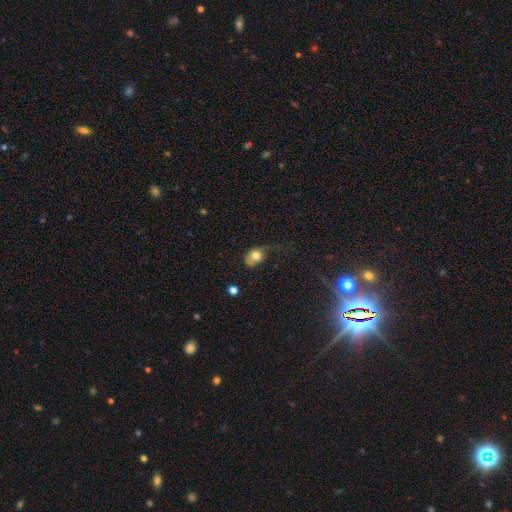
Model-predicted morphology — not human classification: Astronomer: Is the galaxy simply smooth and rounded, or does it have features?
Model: smooth — 74%.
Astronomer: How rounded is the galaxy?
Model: in between — 60% (runner-up: round, 39%).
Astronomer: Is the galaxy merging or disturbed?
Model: minor disturbance — 34%, tied with major disturbance at 34%.